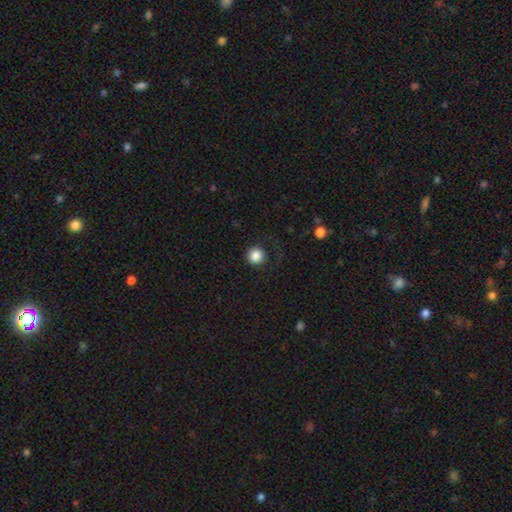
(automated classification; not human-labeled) Smooth or featured: smooth — 86% (star or artifact — 10%)
How rounded: round — 95% (in between — 4%)
Merging: none — 87% (minor disturbance — 8%)